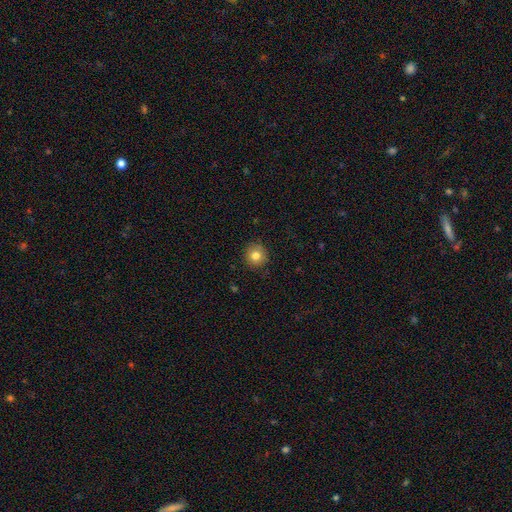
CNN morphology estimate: Smooth or featured? Predicted: smooth (p=0.82). How rounded? Predicted: round (p=0.93). Merging? Predicted: none (p=0.89).